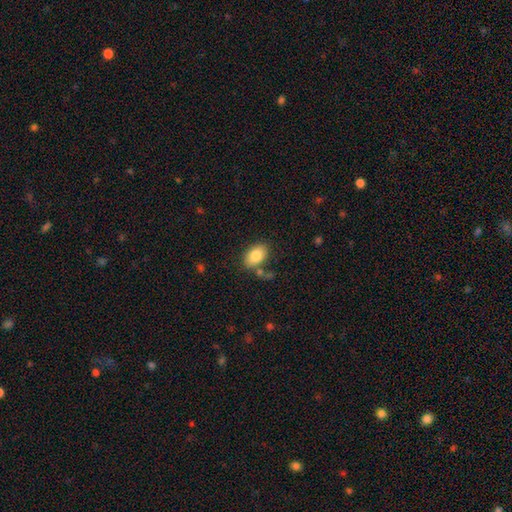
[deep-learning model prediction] Smooth or featured: smooth — 85% (featured or disk — 8%)
How rounded: in between — 90% (round — 9%)
Merging: none — 75% (minor disturbance — 13%)